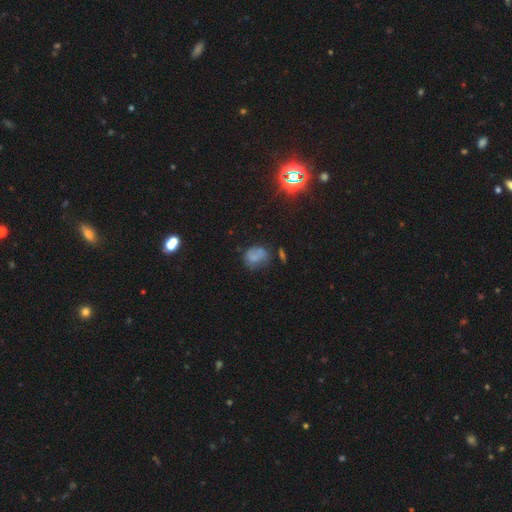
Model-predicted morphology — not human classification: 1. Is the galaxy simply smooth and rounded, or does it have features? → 67% smooth, 17% featured or disk, 16% star or artifact.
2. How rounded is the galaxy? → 53% in between, 46% round, 2% cigar-shaped.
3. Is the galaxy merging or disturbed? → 44% none, 30% minor disturbance, 17% major disturbance, 9% merger.